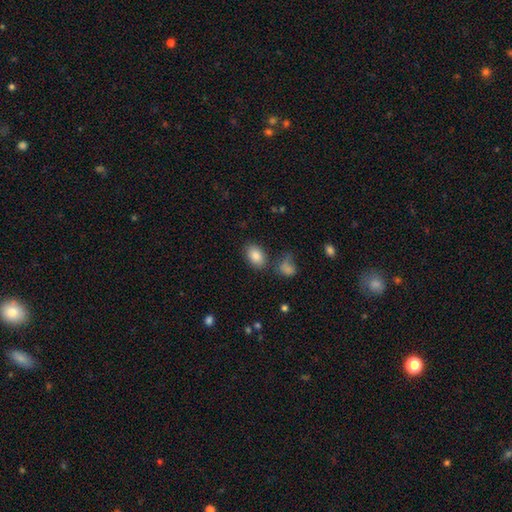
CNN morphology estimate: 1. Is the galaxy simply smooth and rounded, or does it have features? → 85% smooth, 8% star or artifact, 7% featured or disk.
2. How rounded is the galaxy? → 84% in between, 15% round, 1% cigar-shaped.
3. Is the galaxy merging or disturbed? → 76% none, 12% minor disturbance, 7% merger, 4% major disturbance.